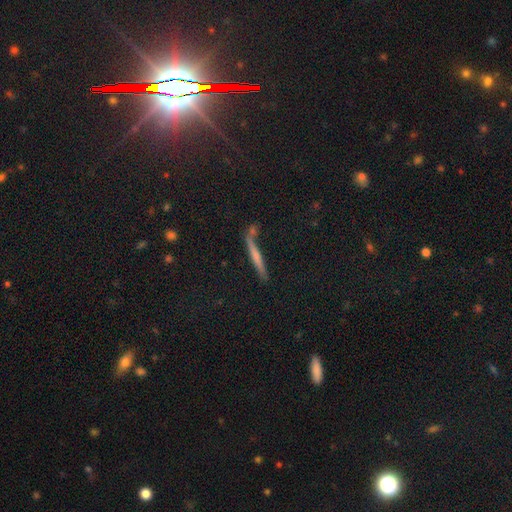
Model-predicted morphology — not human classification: Smooth or featured? smooth (49%)
Merging? none (68%)